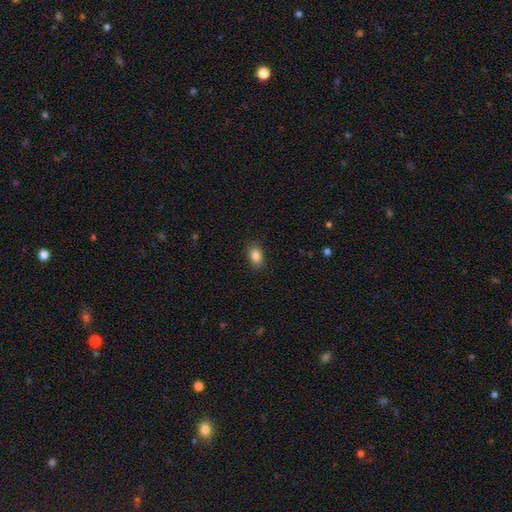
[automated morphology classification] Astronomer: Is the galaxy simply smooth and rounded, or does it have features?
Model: smooth — 86%.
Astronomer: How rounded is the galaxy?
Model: in between — 82%.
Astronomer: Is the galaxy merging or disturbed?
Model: none — 87%.